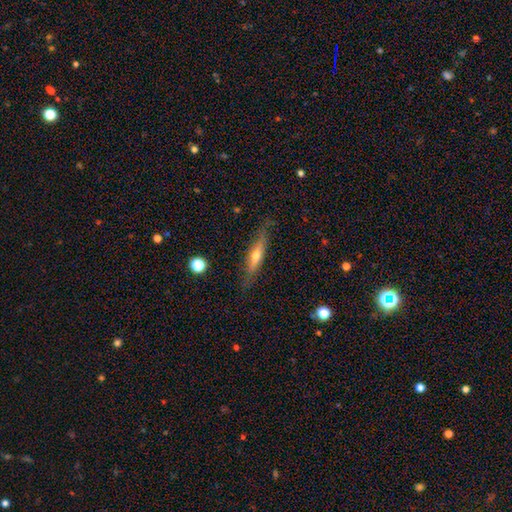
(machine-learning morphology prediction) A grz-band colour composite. It shows a featured or disk galaxy (55%) viewed edge-on (85%). Merging: none (79%).